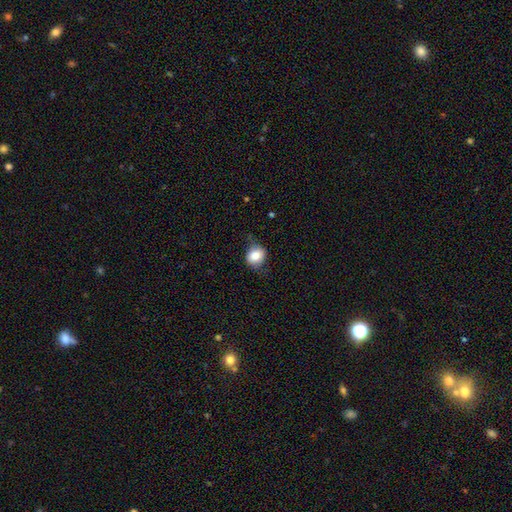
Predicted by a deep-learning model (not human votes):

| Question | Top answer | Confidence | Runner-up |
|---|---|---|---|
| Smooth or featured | smooth | 80% | featured or disk (11%) |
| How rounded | round | 58% | in between (41%) |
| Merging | none | 68% | minor disturbance (24%) |